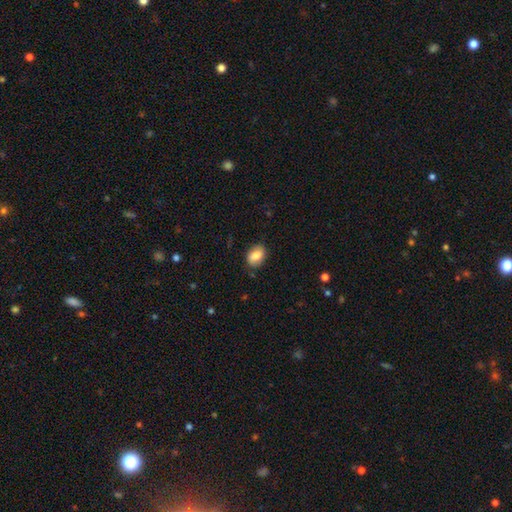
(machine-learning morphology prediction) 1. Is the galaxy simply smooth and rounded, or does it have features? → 84% smooth, 9% featured or disk, 7% star or artifact.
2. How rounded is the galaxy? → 78% in between, 20% round, 1% cigar-shaped.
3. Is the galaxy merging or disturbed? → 82% none, 14% minor disturbance, 3% major disturbance, 1% merger.